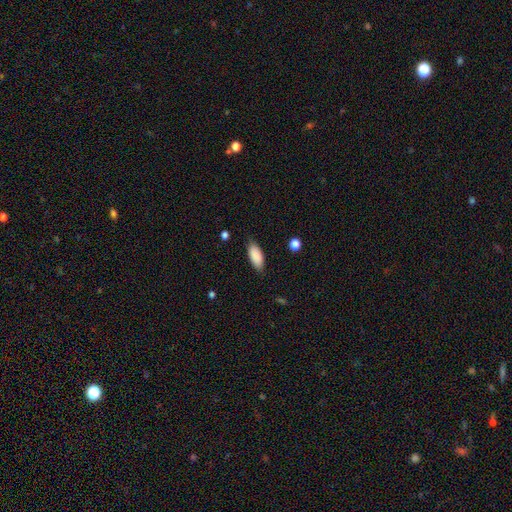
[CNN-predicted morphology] smooth_or_featured: smooth (p=0.89) [alt: star or artifact p=0.06]
how_rounded: in between (p=0.86) [alt: cigar-shaped p=0.12]
merging: none (p=0.83) [alt: minor disturbance p=0.13]